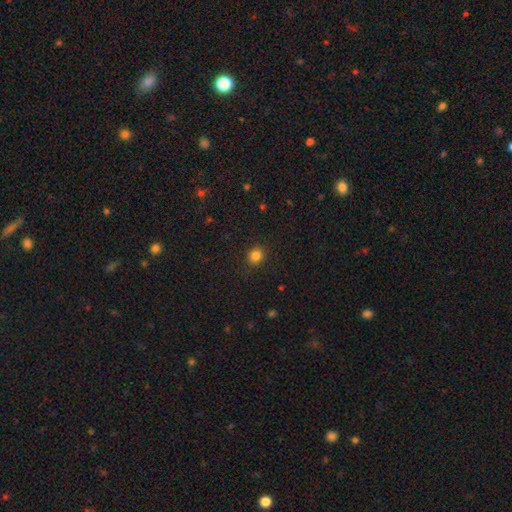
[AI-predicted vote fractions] This is clearly a smooth galaxy (84%). How rounded: clearly round (80%). Merging: clearly none (90%).